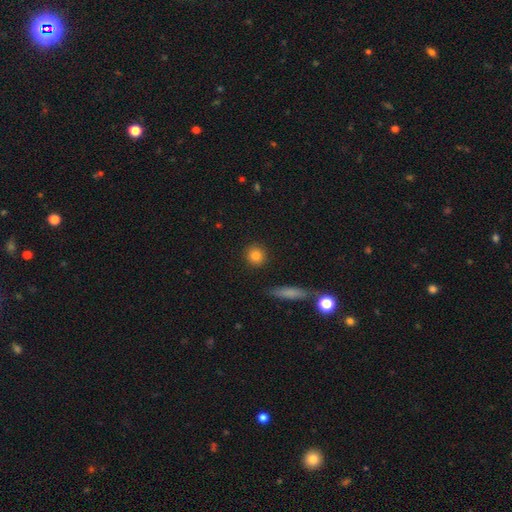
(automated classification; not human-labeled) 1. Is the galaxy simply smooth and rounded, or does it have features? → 84% smooth, 9% star or artifact, 7% featured or disk.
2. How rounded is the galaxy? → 91% round, 7% in between, 2% cigar-shaped.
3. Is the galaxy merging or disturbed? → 90% none, 6% minor disturbance, 2% major disturbance, 2% merger.